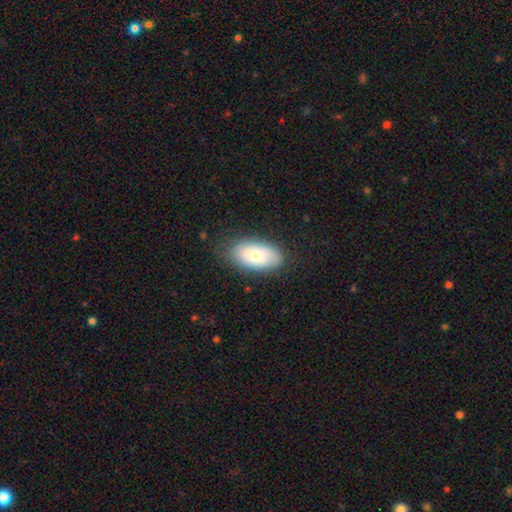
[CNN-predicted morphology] Smooth or featured: smooth — 68% (featured or disk — 25%)
How rounded: in between — 93% (round — 5%)
Merging: none — 79% (minor disturbance — 15%)